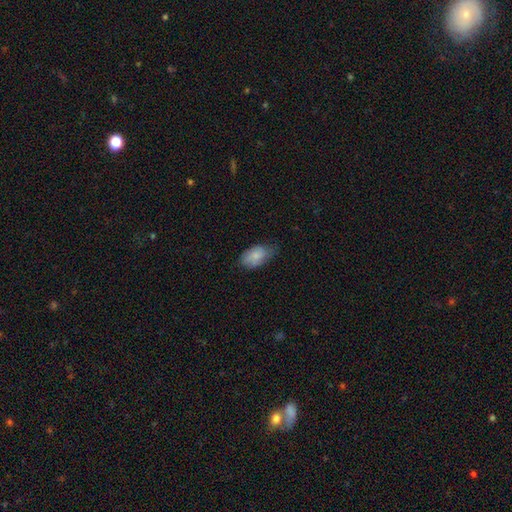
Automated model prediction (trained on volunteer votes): Smooth or featured? smooth (81%)
How rounded? in between (93%)
Merging? none (58%)